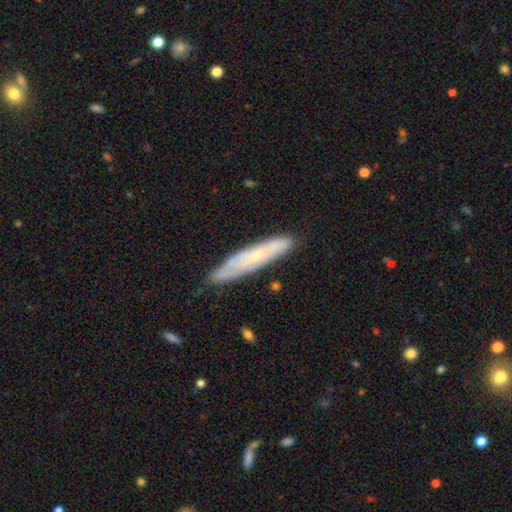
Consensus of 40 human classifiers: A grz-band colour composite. It shows a smooth galaxy with no disk features (52%) that is cigar-shaped (81%). Merging: none (89%).